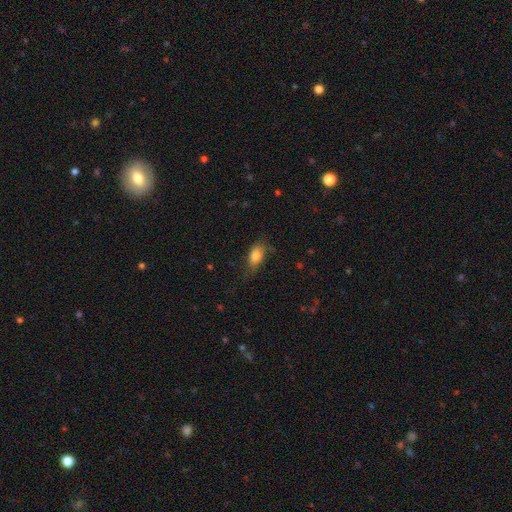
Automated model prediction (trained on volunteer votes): smooth_or_featured: smooth (p=0.79) [alt: featured or disk p=0.13]
how_rounded: in between (p=0.87) [alt: round p=0.07]
merging: none (p=0.56) [alt: minor disturbance p=0.29]